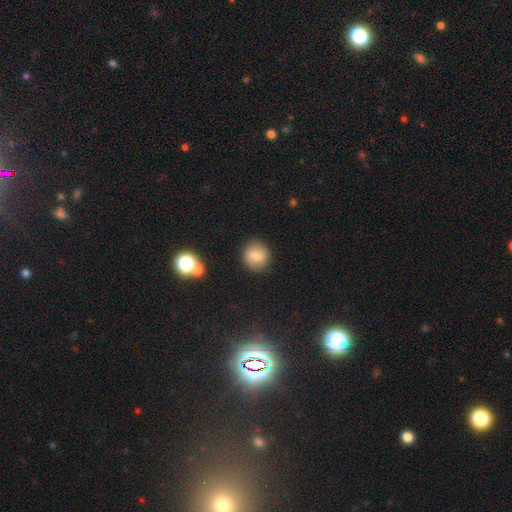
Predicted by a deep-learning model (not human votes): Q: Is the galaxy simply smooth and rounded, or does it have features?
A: smooth — 80%.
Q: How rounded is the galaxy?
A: round — 88%.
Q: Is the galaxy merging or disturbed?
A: none — 88%.